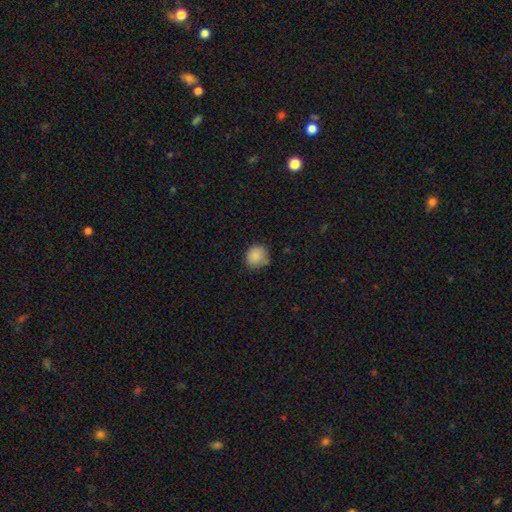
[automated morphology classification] smooth_or_featured: smooth (p=0.86) [alt: star or artifact p=0.09]
how_rounded: round (p=0.85) [alt: in between p=0.14]
merging: none (p=0.73) [alt: minor disturbance p=0.21]